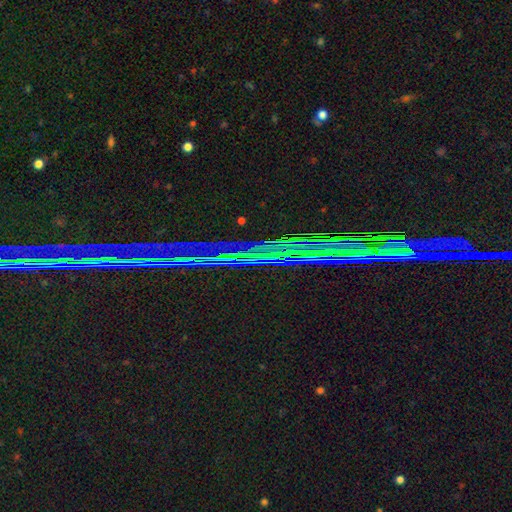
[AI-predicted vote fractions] Morphology: type=star or artifact (80%).